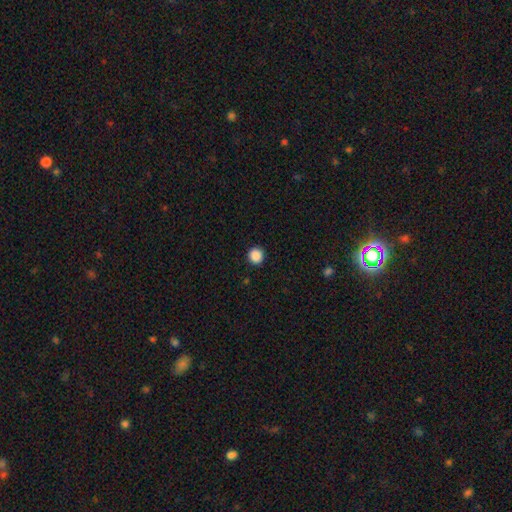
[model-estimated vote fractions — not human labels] The model was most divided on "smooth or featured": smooth: 88%, star or artifact: 9%, featured or disk: 2%. More confident: how rounded — round (94%); merging — none (92%).